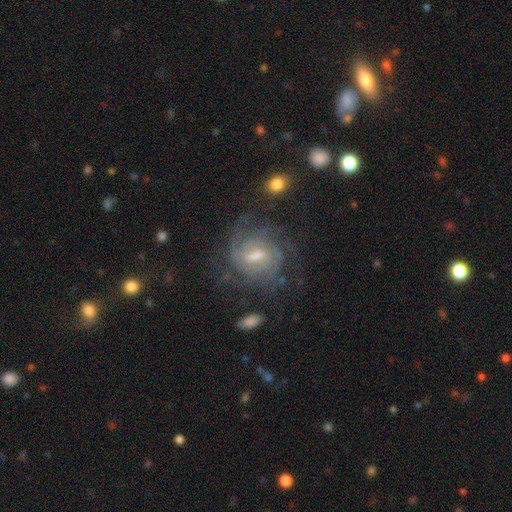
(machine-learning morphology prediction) Smooth or featured: featured or disk — 85% (smooth — 8%)
Edge-on disk: no — 97% (yes — 3%)
Bar: weak — 59% (strong — 22%)
Spiral arms: yes — 96% (no — 4%)
Spiral winding: tight — 61% (medium — 32%)
Spiral arm count: can't tell — 32% (3 — 22%)
Bulge size: moderate — 48% (small — 39%)
Merging: none — 69% (minor disturbance — 17%)